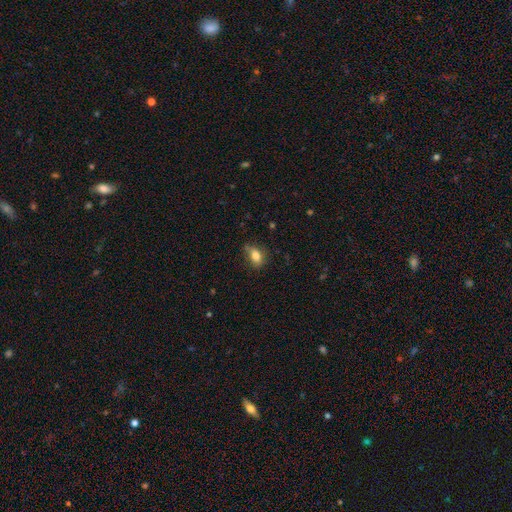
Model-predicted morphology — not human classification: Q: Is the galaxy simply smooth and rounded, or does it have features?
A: smooth — 81%.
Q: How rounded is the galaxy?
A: in between — 81%.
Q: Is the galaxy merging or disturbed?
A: none — 62%.